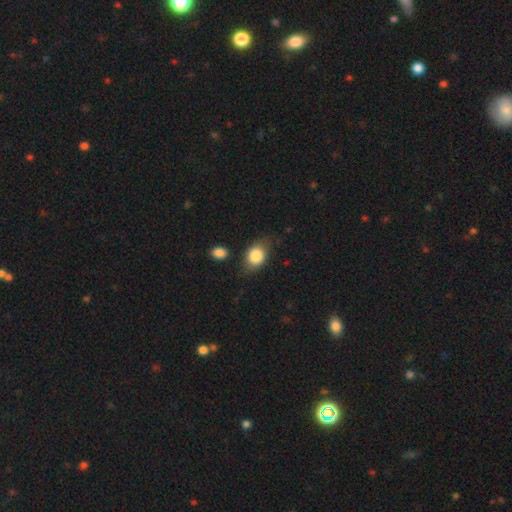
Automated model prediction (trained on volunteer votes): smooth-or-featured: smooth: 81% | featured or disk: 11% | star or artifact: 7%
  how-rounded: in between: 63% | round: 35% | cigar-shaped: 2%
  merging: none: 64% | minor disturbance: 23% | major disturbance: 8% | merger: 5%